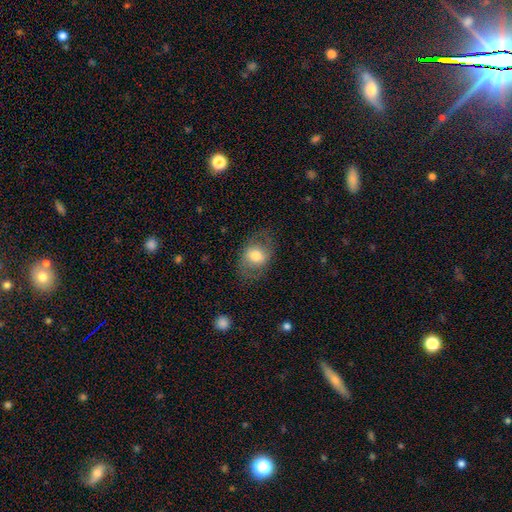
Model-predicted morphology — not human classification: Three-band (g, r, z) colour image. It shows a smooth galaxy with no disk features (61%) that is in between round and cigar-shaped (64%). Merging: none (70%).